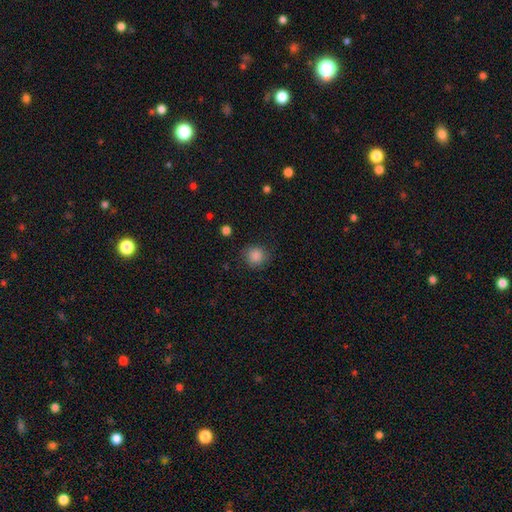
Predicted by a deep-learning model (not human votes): Smooth or featured?
  - smooth: 86% *
  - star or artifact: 10%
  - featured or disk: 4%
How rounded?
  - round: 87% *
  - in between: 12%
  - cigar-shaped: 1%
Merging?
  - none: 82% *
  - minor disturbance: 13%
  - major disturbance: 4%
  - merger: 1%